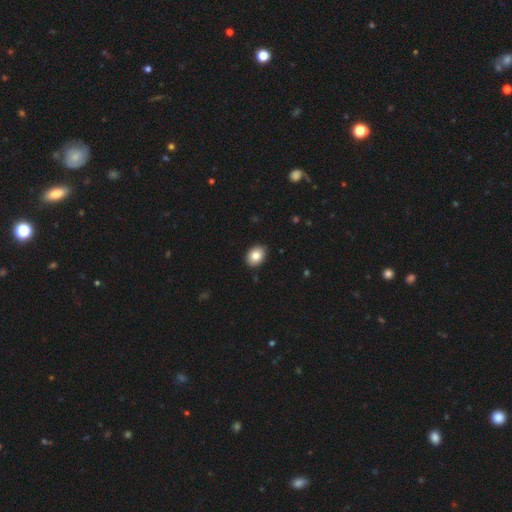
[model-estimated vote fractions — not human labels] Smooth or featured?
  - smooth: 84% *
  - featured or disk: 8%
  - star or artifact: 8%
How rounded?
  - in between: 73% *
  - round: 26%
  - cigar-shaped: 1%
Merging?
  - none: 90% *
  - minor disturbance: 7%
  - major disturbance: 2%
  - merger: 1%